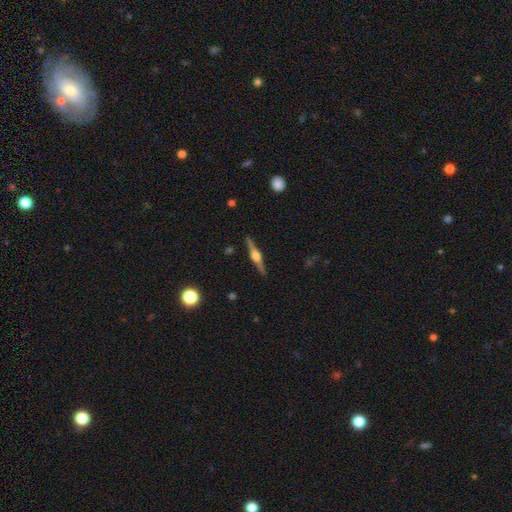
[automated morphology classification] The model was most divided on "smooth or featured": featured or disk: 81%, smooth: 14%, star or artifact: 5%. More confident: edge-on disk — yes (98%); edge-on bulge — rounded (91%); merging — none (90%).